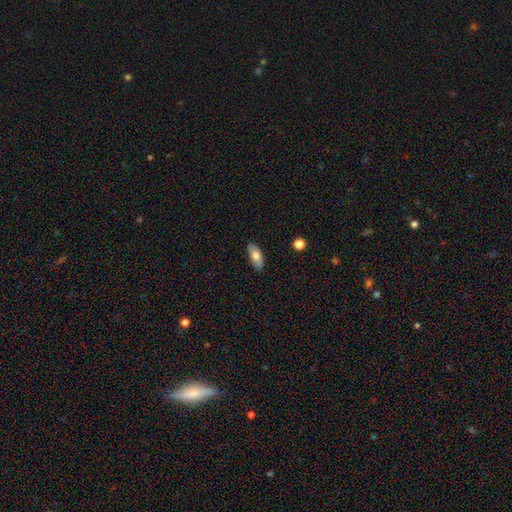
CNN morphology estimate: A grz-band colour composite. It shows a smooth galaxy with no disk features (76%) that is in between round and cigar-shaped (83%). Merging: none (85%).